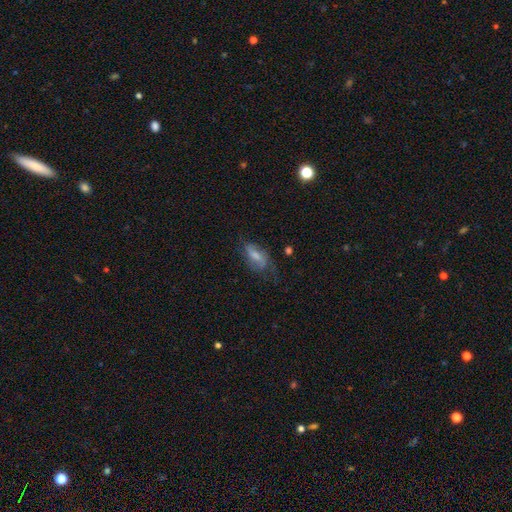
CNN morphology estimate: Smooth or featured? Predicted: featured or disk (p=0.51). Edge-on disk? Predicted: no (p=0.92). Merging? Predicted: none (p=0.48).